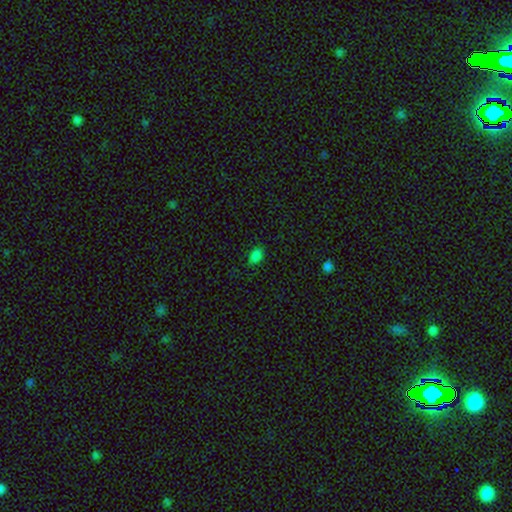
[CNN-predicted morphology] A smooth galaxy with no disk features (81%) that is in between round and cigar-shaped (89%). Merging: none (81%).